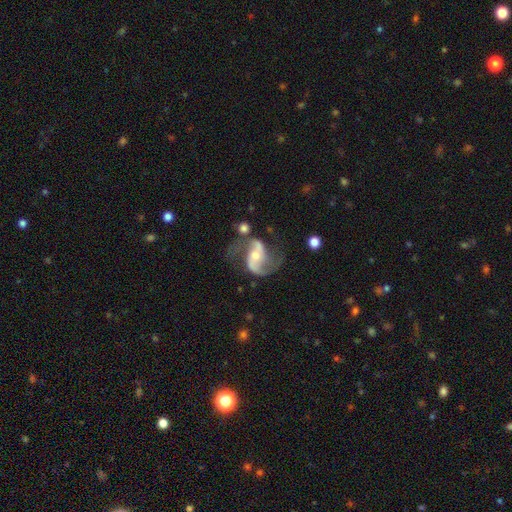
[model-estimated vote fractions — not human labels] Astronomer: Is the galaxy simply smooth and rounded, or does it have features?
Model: featured or disk — 89%.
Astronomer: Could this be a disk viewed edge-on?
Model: no — 98%.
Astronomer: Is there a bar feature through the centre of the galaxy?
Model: weak — 39% (runner-up: no, 37%).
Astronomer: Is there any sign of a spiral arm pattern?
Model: yes — 97%.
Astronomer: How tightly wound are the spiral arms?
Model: loose — 56% (runner-up: medium, 38%).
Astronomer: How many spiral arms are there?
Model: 2 — 92%.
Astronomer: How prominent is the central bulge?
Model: moderate — 51% (runner-up: small, 39%).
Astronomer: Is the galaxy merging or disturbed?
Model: none — 57%.